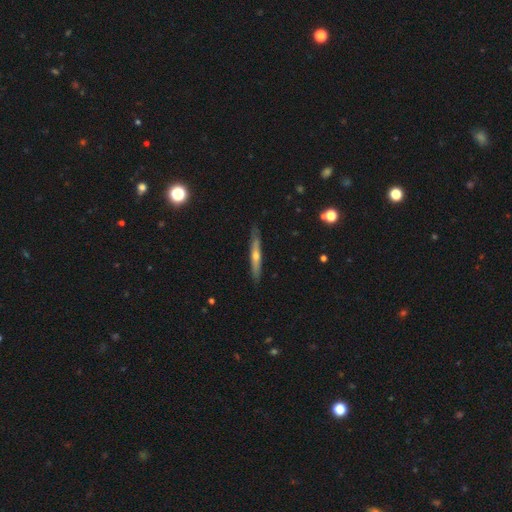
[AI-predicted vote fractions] Smooth or featured?
  - featured or disk: 58% *
  - smooth: 36%
  - star or artifact: 6%
Edge-on disk?
  - yes: 91% *
  - no: 9%
Edge-on bulge?
  - rounded: 76% *
  - none: 22%
  - boxy: 3%
Merging?
  - none: 85% *
  - minor disturbance: 12%
  - major disturbance: 2%
  - merger: 1%